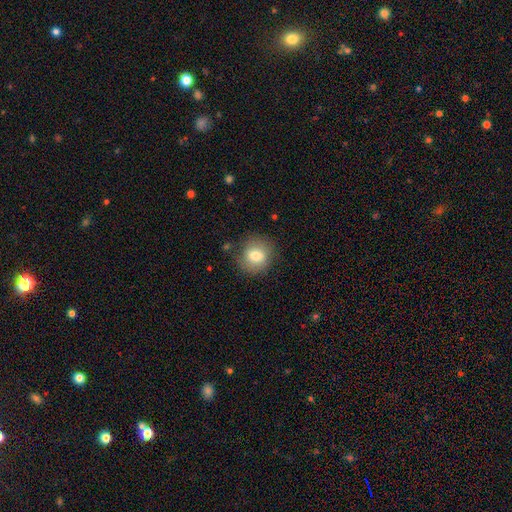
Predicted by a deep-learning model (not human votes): Overall: smooth (76%). How rounded: round (84%). Merging: none (83%).